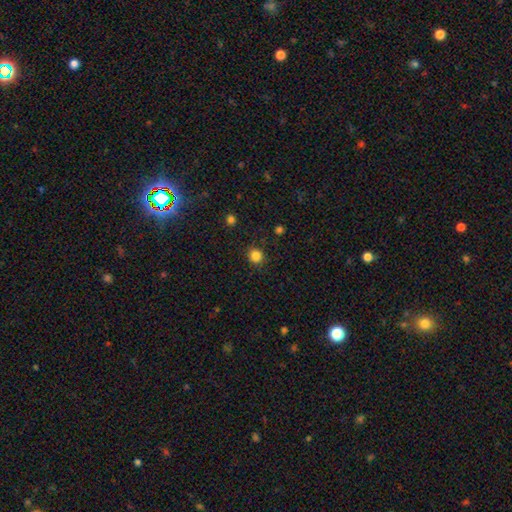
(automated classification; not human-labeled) Smooth or featured? smooth (84%)
How rounded? round (90%)
Merging? none (88%)